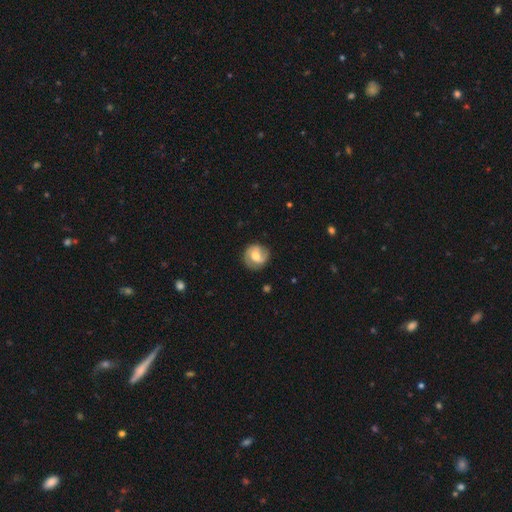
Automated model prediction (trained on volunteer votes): Smooth or featured? Predicted: featured or disk (p=0.63). Edge-on disk? Predicted: no (p=0.97). Bar? Predicted: weak (p=0.49). Spiral arms? Predicted: yes (p=0.89). Spiral winding? Predicted: medium (p=0.43). Spiral arm count? Predicted: 2 (p=0.79). Bulge size? Predicted: moderate (p=0.62). Merging? Predicted: none (p=0.79).